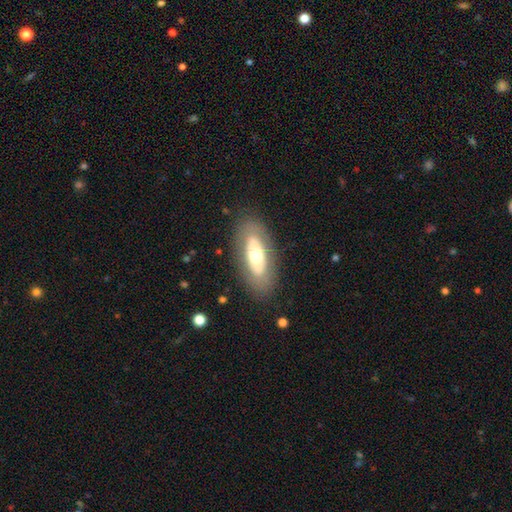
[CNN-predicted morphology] A featured or disk galaxy (48%).

Vote fractions:
- Smooth or featured? featured or disk: 48% / smooth: 46% / star or artifact: 6%
- Merging? none: 82% / minor disturbance: 11% / major disturbance: 5% / merger: 1%